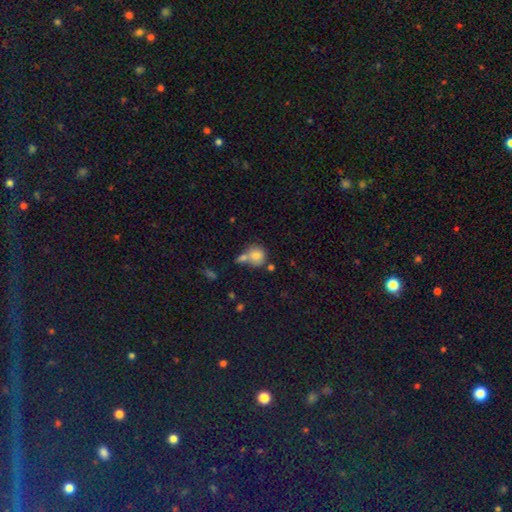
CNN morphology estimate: smooth_or_featured: smooth (p=0.78) [alt: featured or disk p=0.12]
how_rounded: round (p=0.81) [alt: in between p=0.17]
merging: none (p=0.46) [alt: merger p=0.37]